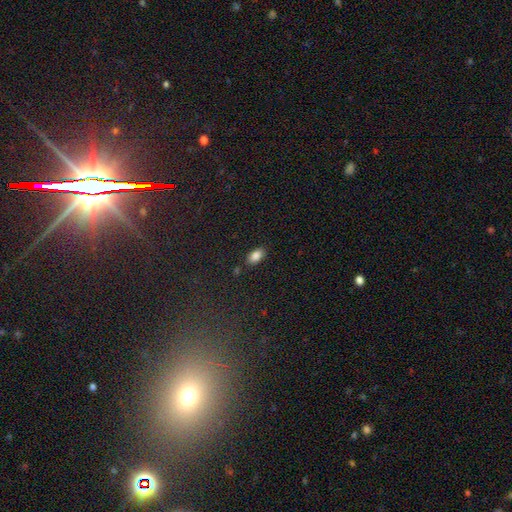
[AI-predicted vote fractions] Overall: smooth (86%). How rounded: in between (92%). Merging: none (85%).